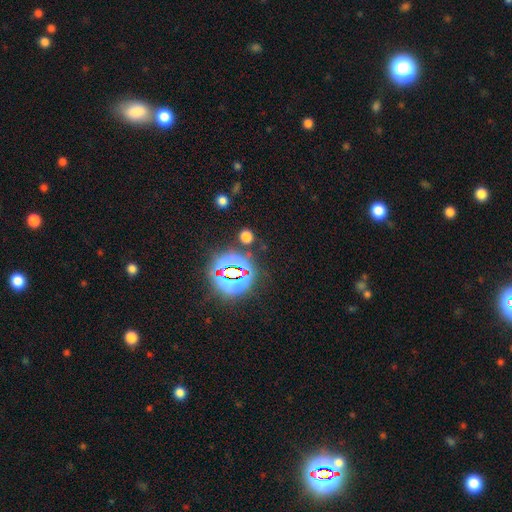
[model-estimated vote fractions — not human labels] star or artifact 80%, smooth 12%, featured or disk 8%.